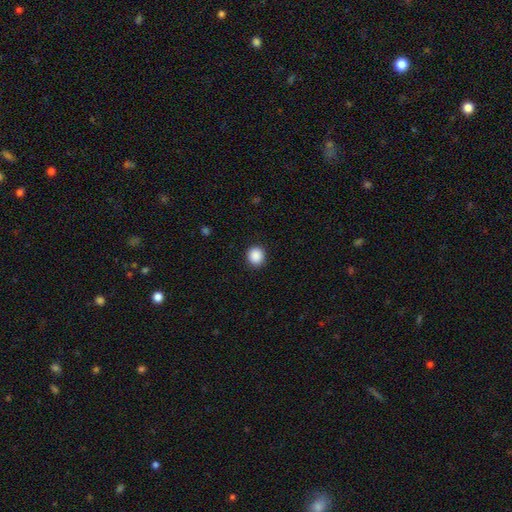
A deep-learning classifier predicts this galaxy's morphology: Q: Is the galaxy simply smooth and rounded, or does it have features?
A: smooth — 89%.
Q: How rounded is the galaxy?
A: round — 86%.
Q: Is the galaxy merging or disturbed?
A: none — 91%.